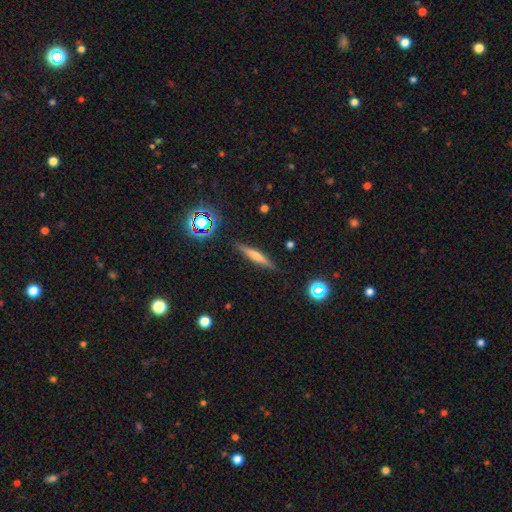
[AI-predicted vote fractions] A featured or disk galaxy (45%). Merging: none (89%).